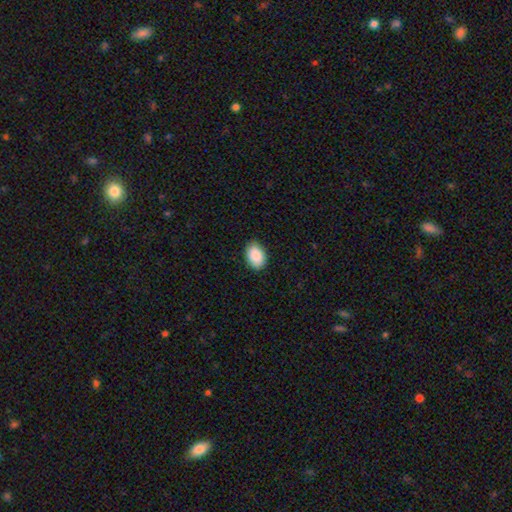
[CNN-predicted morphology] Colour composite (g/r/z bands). It shows a smooth galaxy with no disk features (89%) that is in between round and cigar-shaped (87%). Merging: none (86%).